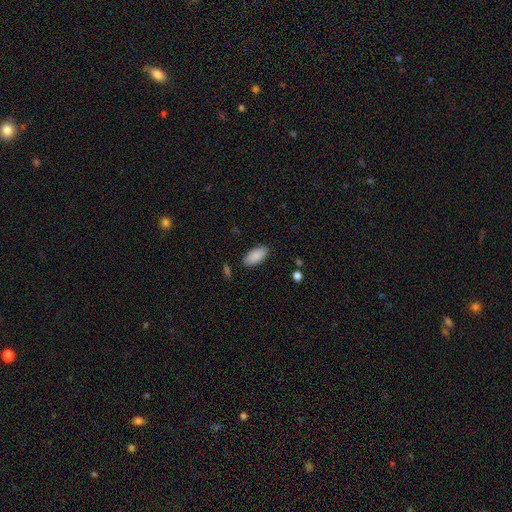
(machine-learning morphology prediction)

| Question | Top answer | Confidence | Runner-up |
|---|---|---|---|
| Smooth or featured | smooth | 89% | star or artifact (6%) |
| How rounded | in between | 92% | cigar-shaped (6%) |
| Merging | none | 87% | minor disturbance (10%) |